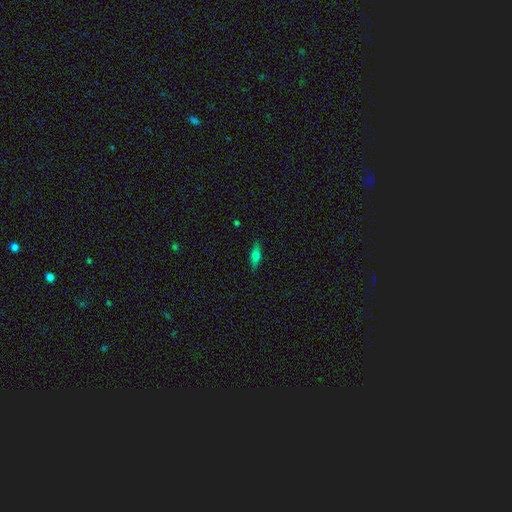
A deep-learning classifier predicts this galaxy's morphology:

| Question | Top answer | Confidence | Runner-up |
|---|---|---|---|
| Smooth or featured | smooth | 50% | featured or disk (41%) |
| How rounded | cigar-shaped | 53% | in between (43%) |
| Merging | none | 87% | minor disturbance (10%) |